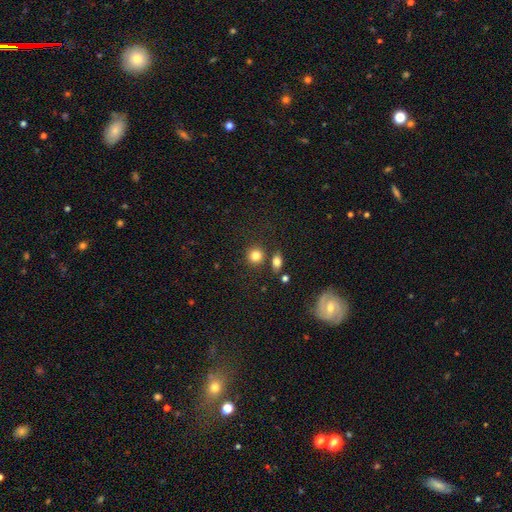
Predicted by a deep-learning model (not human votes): The model was most divided on "merging": none: 76%, merger: 11%, minor disturbance: 9%, major disturbance: 3%. More confident: how rounded — round (86%); smooth or featured — smooth (82%).